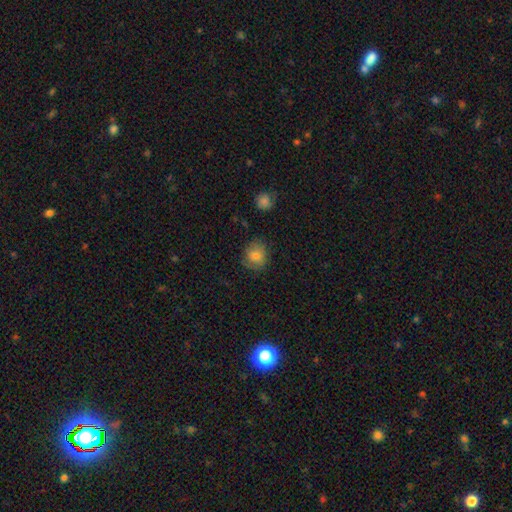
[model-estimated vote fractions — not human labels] A smooth galaxy with no disk features (82%) that is round (78%).

Vote fractions:
- Smooth or featured? smooth: 82% / star or artifact: 9% / featured or disk: 9%
- How rounded? round: 78% / in between: 21% / cigar-shaped: 1%
- Merging? none: 76% / minor disturbance: 18% / major disturbance: 5% / merger: 2%